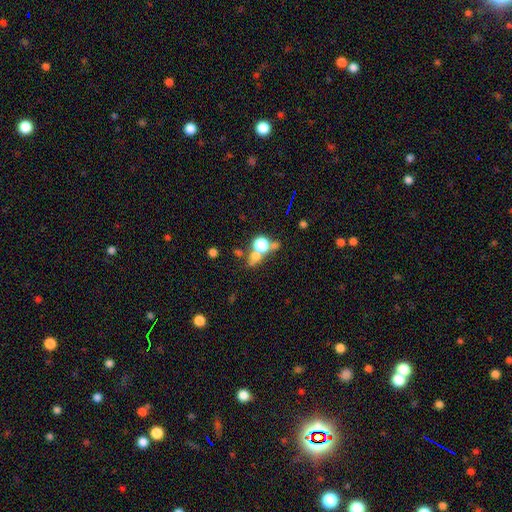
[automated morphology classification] smooth-or-featured: smooth: 60% | star or artifact: 25% | featured or disk: 15%
  how-rounded: round: 76% | in between: 22% | cigar-shaped: 2%
  merging: merger: 43% | none: 41% | minor disturbance: 8% | major disturbance: 7%